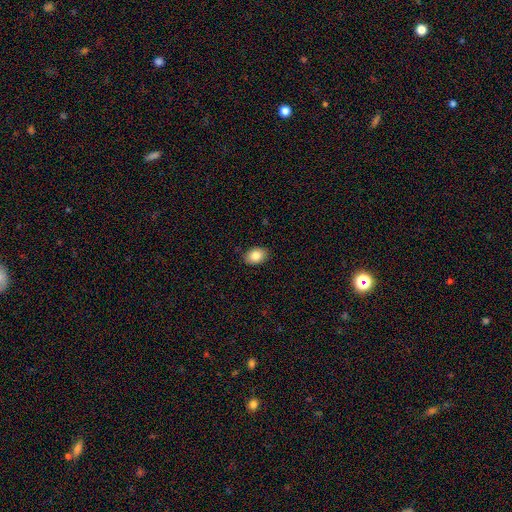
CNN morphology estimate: smooth 85%, star or artifact 8%, featured or disk 8%. Down the decision tree: how rounded — in between (78%); merging — none (88%).